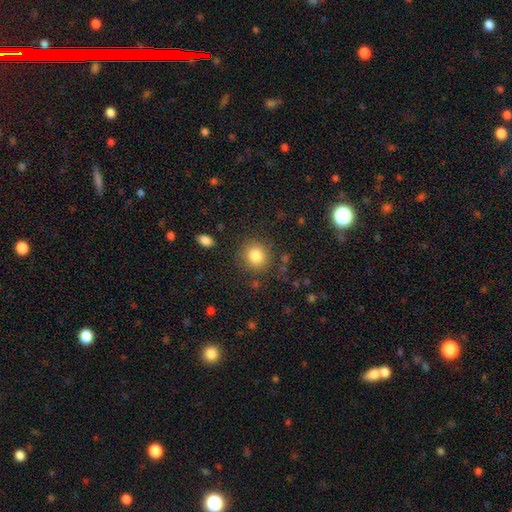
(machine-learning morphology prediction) This is clearly a smooth galaxy (83%). How rounded: clearly round (88%). Merging: clearly none (84%).